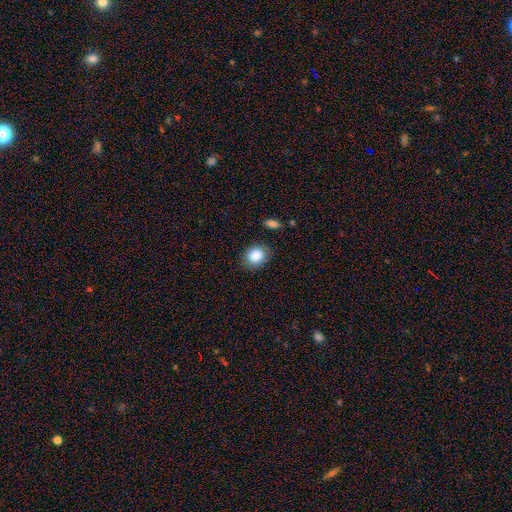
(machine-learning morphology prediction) Smooth or featured: smooth — 87% (star or artifact — 8%)
How rounded: in between — 50% (round — 49%)
Merging: none — 82% (minor disturbance — 13%)